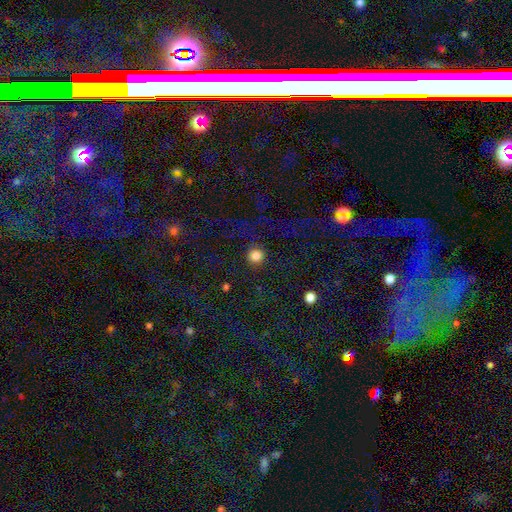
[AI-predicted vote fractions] A smooth galaxy with no disk features (84%) that is round (94%). Merging: none (88%).